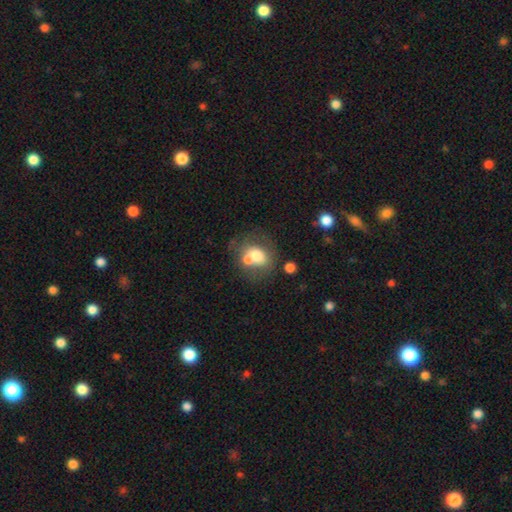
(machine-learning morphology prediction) smooth_or_featured: smooth (p=0.65) [alt: featured or disk p=0.25]
how_rounded: round (p=0.53) [alt: in between p=0.46]
merging: none (p=0.40) [alt: merger p=0.39]